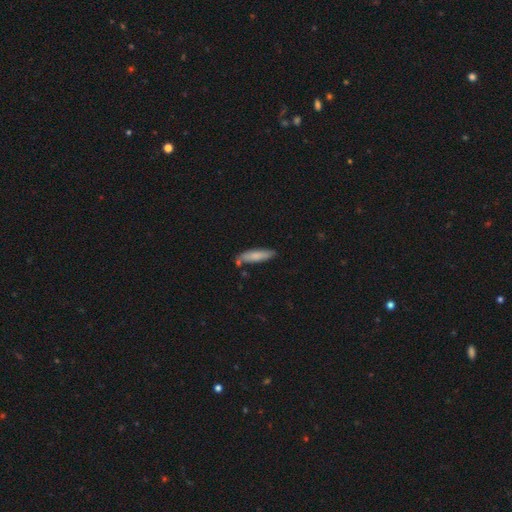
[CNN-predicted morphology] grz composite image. It shows a smooth galaxy with no disk features (79%) that is cigar-shaped (71%). Merging: none (72%).